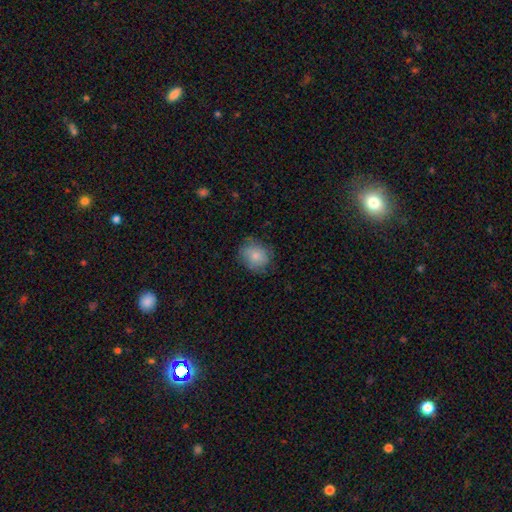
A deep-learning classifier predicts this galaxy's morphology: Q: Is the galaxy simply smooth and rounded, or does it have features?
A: smooth — 80%.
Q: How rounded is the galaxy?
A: round — 64%.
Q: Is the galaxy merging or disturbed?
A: none — 70%.